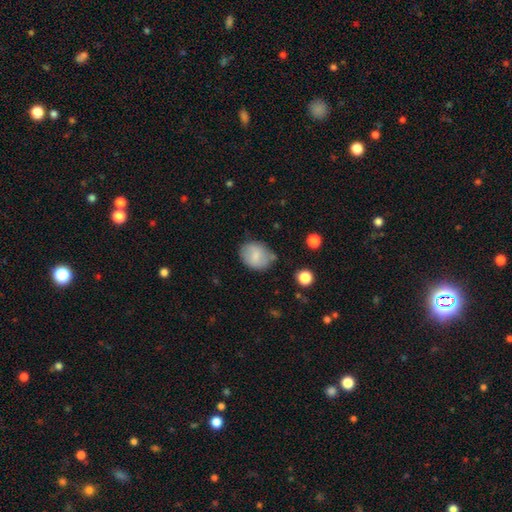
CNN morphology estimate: The model was most divided on "how rounded": round: 53%, in between: 45%, cigar-shaped: 1%. More confident: smooth or featured — smooth (76%); merging — none (63%).